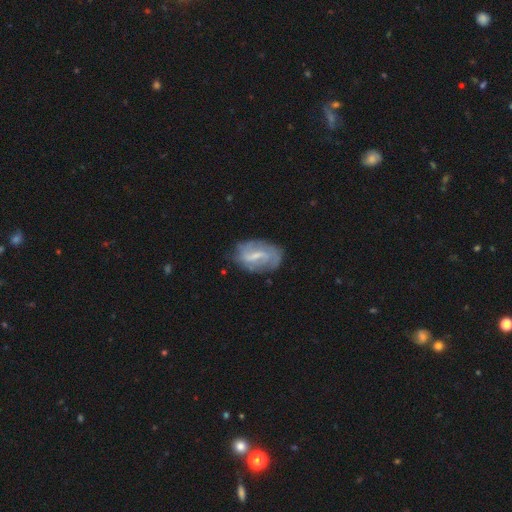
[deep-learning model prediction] This appears to be a featured or disk galaxy (71%) with a weak bar (50%), 2 (55%) medium (37%) spiral arms (79%) and a small central bulge (46%). Merging: none (65%).